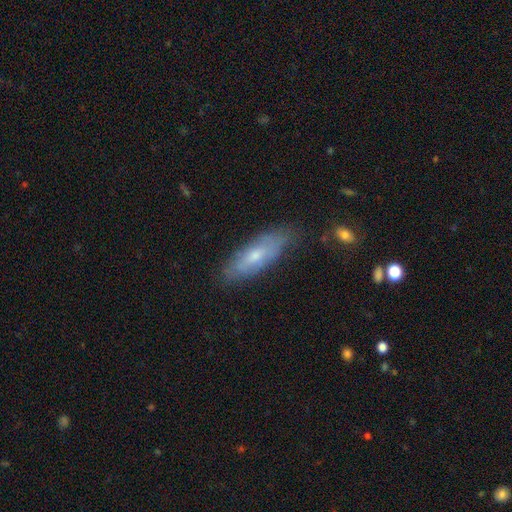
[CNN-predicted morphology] Smooth or featured? smooth (53%)
How rounded? in between (53%)
Merging? none (74%)